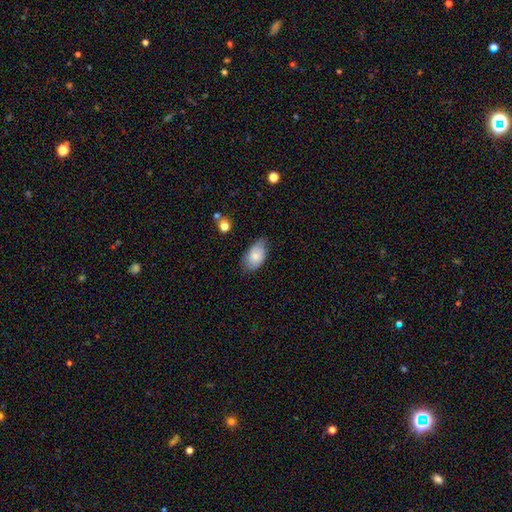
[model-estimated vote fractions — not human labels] Morphology: type=smooth (76%); roundness=in between (92%); merging=none (62%).